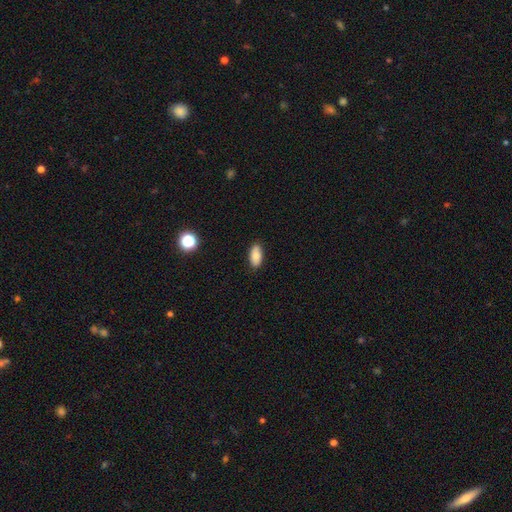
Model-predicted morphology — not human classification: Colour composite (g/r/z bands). It shows a smooth galaxy with no disk features (84%) that is in between round and cigar-shaped (90%). Merging: none (86%).